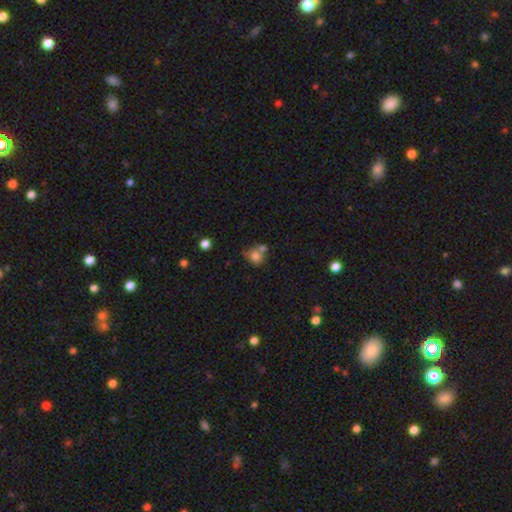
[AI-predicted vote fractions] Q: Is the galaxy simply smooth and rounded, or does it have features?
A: smooth — 77%.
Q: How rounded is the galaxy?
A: round — 70%.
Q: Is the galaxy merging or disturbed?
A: none — 41%.